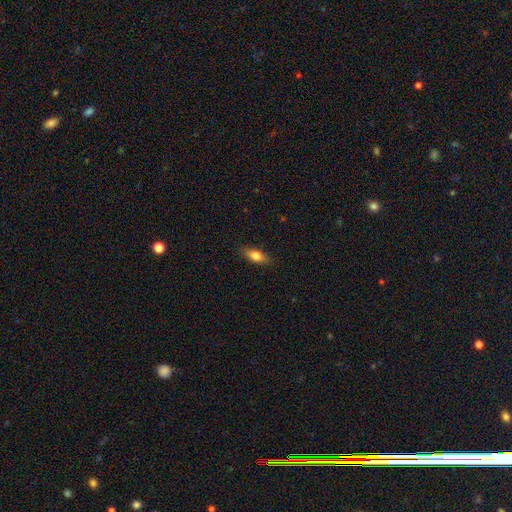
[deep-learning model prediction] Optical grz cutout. It shows a smooth galaxy with no disk features (75%) that is in between round and cigar-shaped (72%). Merging: none (86%).